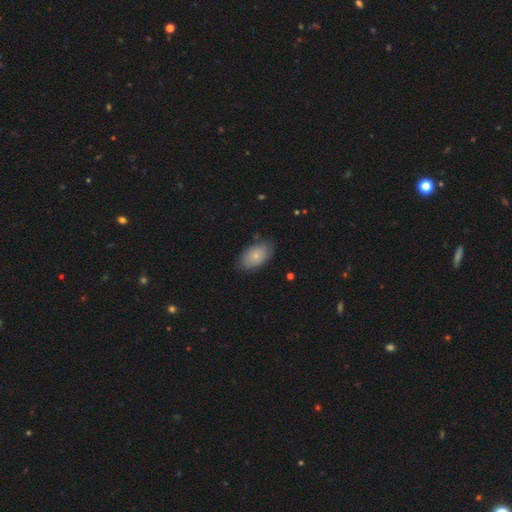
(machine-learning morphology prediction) A smooth galaxy with no disk features (75%) that is in between round and cigar-shaped (93%). Merging: none (80%).